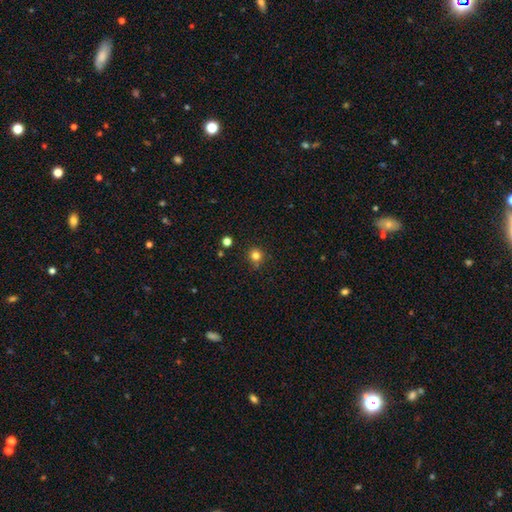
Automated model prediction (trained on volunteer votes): Overall: smooth (80%). How rounded: round (93%). Merging: none (85%).